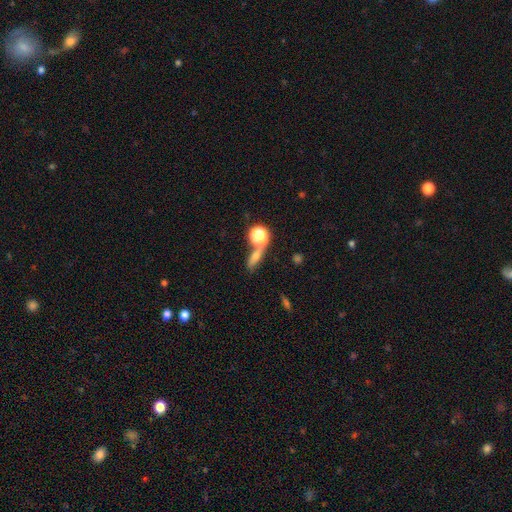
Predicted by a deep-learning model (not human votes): This appears to be a smooth galaxy with no disk features (60%) that is in between round and cigar-shaped (45%). Merging: none (48%).